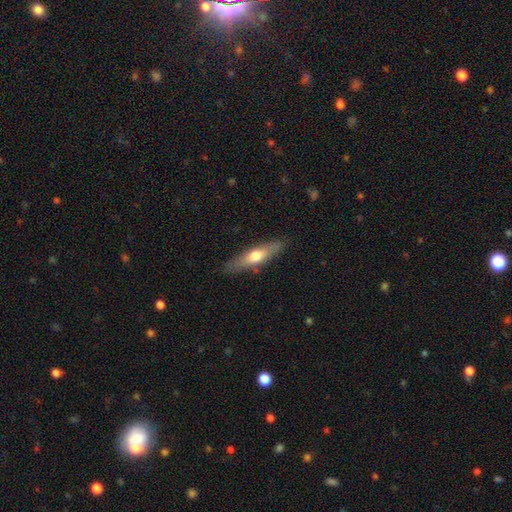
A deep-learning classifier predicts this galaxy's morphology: A smooth galaxy with no disk features (55%) that is cigar-shaped (69%). Merging: none (85%).